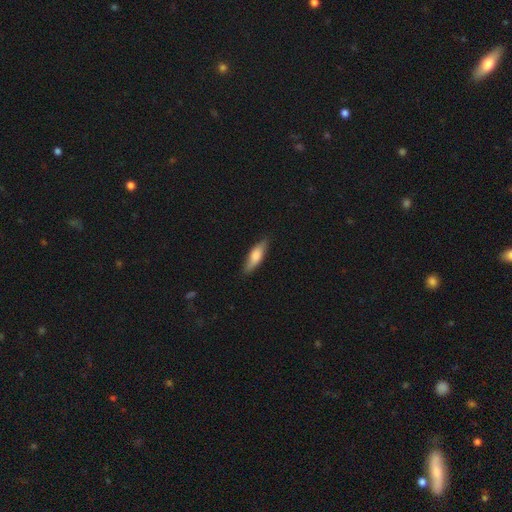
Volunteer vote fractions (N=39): Morphology: type=smooth (69%); roundness=cigar-shaped (56%); merging=none (74%).